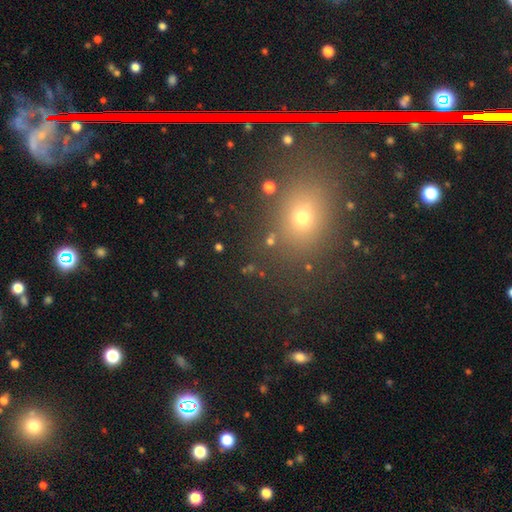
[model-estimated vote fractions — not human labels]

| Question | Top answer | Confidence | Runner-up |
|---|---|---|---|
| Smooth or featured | smooth | 46% | star or artifact (41%) |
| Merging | none | 84% | minor disturbance (9%) |